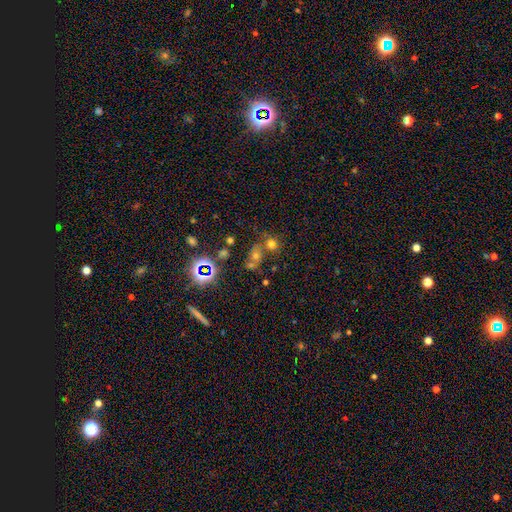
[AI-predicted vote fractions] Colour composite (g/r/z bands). It shows a smooth galaxy with no disk features (46%). Merging: none (51%).